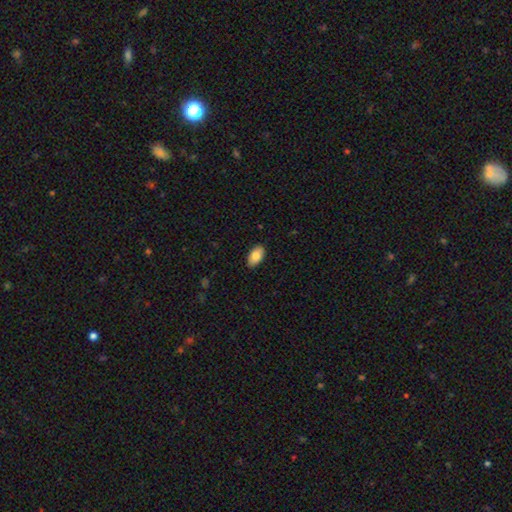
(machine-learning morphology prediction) Smooth or featured? Predicted: smooth (p=0.82). How rounded? Predicted: in between (p=0.94). Merging? Predicted: none (p=0.88).